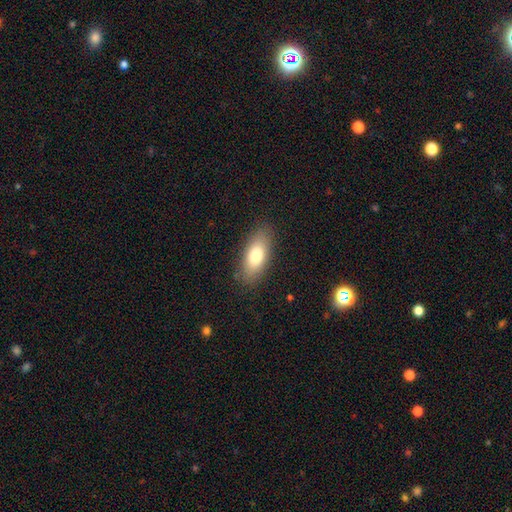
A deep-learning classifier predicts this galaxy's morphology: This appears to be a smooth galaxy with no disk features (77%) that is in between round and cigar-shaped (84%). Merging: none (85%).